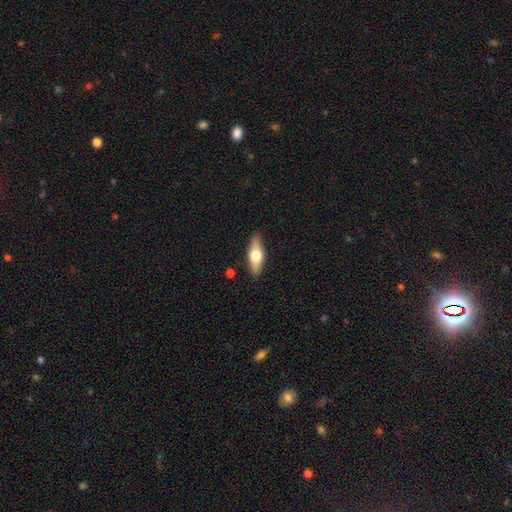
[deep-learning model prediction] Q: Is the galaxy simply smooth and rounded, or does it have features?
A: smooth — 53%.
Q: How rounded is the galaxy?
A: in between — 59%.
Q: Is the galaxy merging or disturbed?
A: none — 88%.